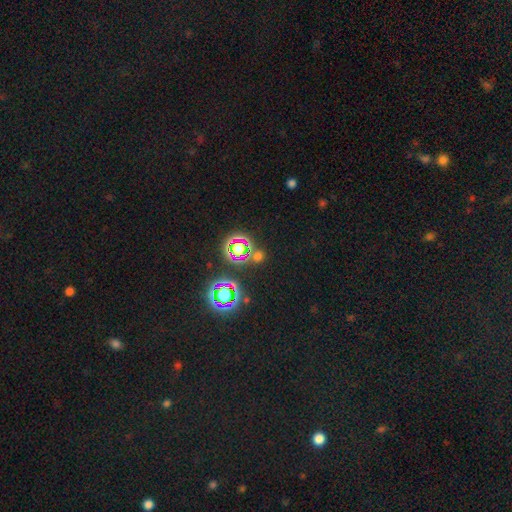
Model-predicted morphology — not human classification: A star or artifact, not a galaxy (72%).

Vote fractions:
- Smooth or featured? star or artifact: 72% / smooth: 20% / featured or disk: 8%